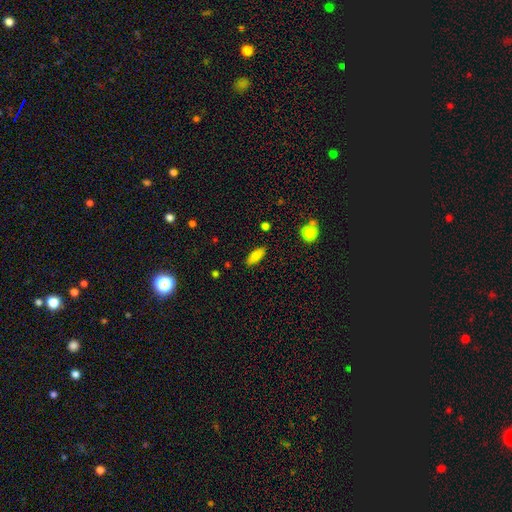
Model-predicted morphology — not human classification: Q: Smooth or featured?
A: smooth (77%); runner-up: featured or disk (14%)
Q: How rounded?
A: in between (74%); runner-up: cigar-shaped (22%)
Q: Merging?
A: none (87%); runner-up: minor disturbance (9%)